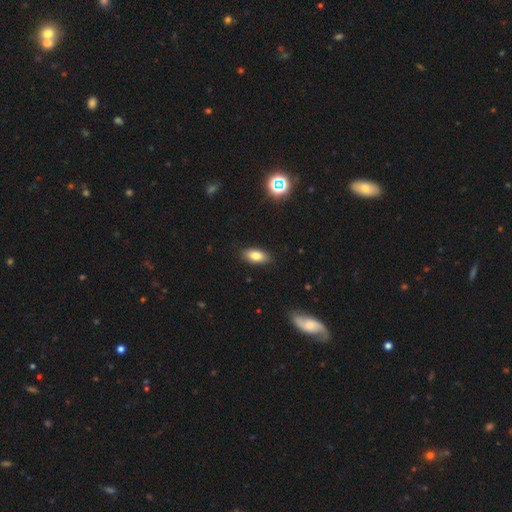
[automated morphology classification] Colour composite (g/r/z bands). It shows a smooth galaxy with no disk features (81%) that is in between round and cigar-shaped (89%). Merging: none (88%).